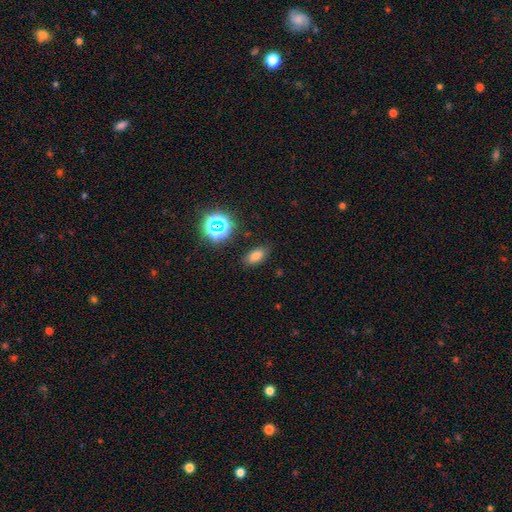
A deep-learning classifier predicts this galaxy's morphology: This is likely a smooth galaxy (73%). How rounded: clearly in between (86%). Merging: clearly none (84%).